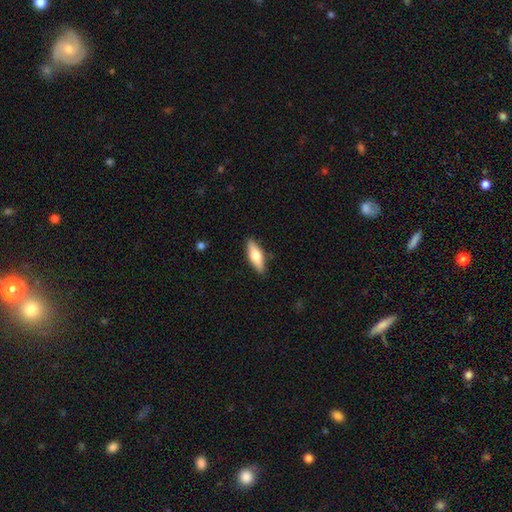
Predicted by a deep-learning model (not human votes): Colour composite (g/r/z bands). It shows a smooth galaxy with no disk features (67%) that is in between round and cigar-shaped (58%). Merging: none (88%).